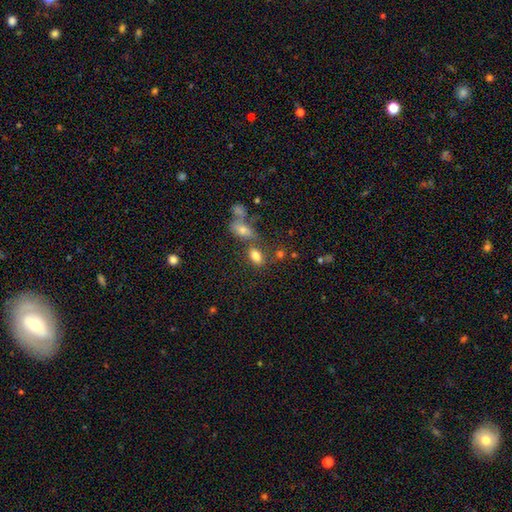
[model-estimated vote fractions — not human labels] Smooth or featured?
  - smooth: 79% *
  - star or artifact: 11%
  - featured or disk: 10%
How rounded?
  - in between: 86% *
  - round: 9%
  - cigar-shaped: 4%
Merging?
  - none: 58% *
  - merger: 23%
  - minor disturbance: 13%
  - major disturbance: 6%